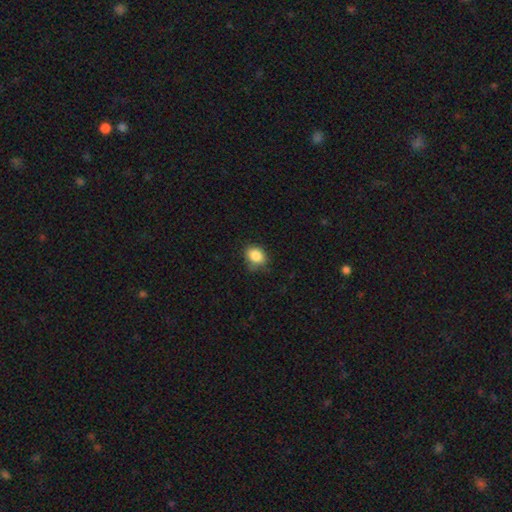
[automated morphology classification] This appears to be a smooth galaxy with no disk features (85%) that is round (53%). Merging: none (71%).